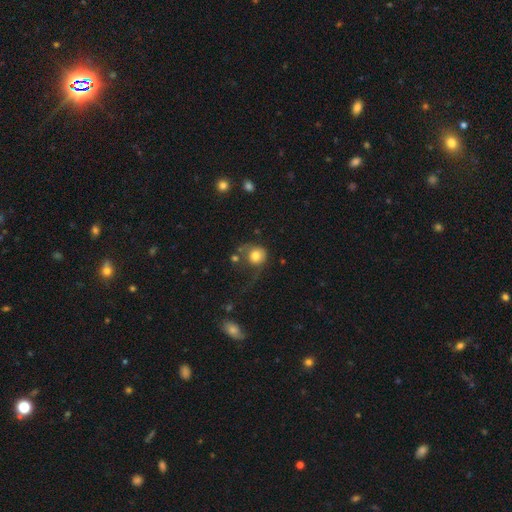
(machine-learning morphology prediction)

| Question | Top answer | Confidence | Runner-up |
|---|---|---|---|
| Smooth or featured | smooth | 75% | featured or disk (15%) |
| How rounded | round | 83% | in between (16%) |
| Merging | major disturbance | 36% | none (34%) |